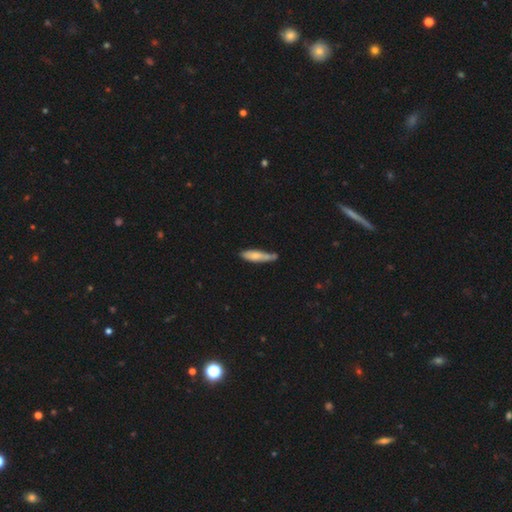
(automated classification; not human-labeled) Smooth or featured?
  - smooth: 72% *
  - featured or disk: 22%
  - star or artifact: 6%
How rounded?
  - cigar-shaped: 72% *
  - in between: 27%
  - round: 2%
Merging?
  - none: 52% *
  - minor disturbance: 30%
  - merger: 12%
  - major disturbance: 7%